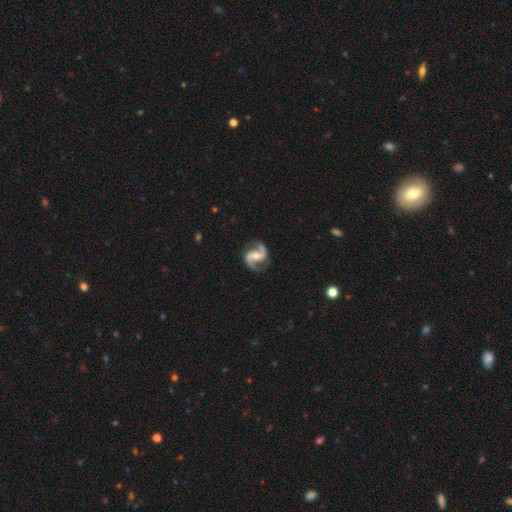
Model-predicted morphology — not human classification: Overall: featured or disk (92%). Edge-on disk: no (98%). Bar: weak (40%; strong 33%). Spiral arms: yes (98%). Spiral arm count: 2 (94%). Spiral winding: medium (56%; loose 30%). Bulge size: moderate (60%; small 33%). Merging: none (83%).